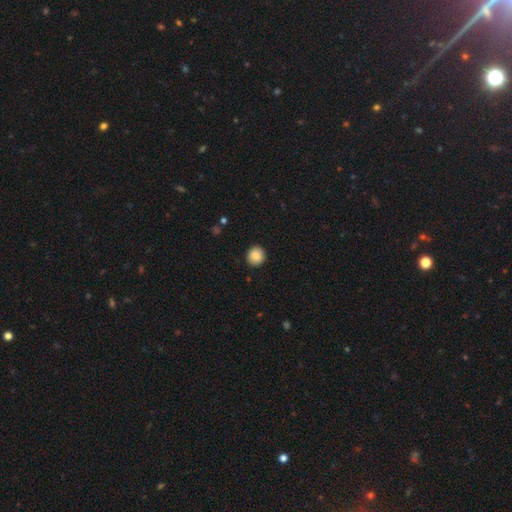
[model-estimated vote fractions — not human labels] smooth_or_featured: smooth (p=0.88) [alt: star or artifact p=0.08]
how_rounded: round (p=0.91) [alt: in between p=0.08]
merging: none (p=0.91) [alt: minor disturbance p=0.06]